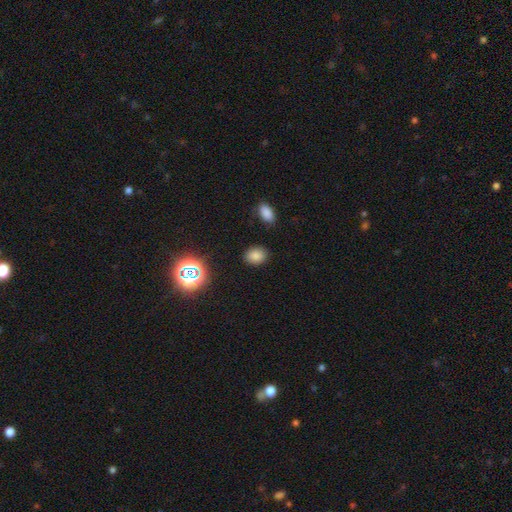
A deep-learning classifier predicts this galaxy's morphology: smooth-or-featured: smooth: 80% | star or artifact: 15% | featured or disk: 6%
  how-rounded: in between: 63% | round: 36% | cigar-shaped: 1%
  merging: none: 86% | minor disturbance: 9% | major disturbance: 3% | merger: 2%